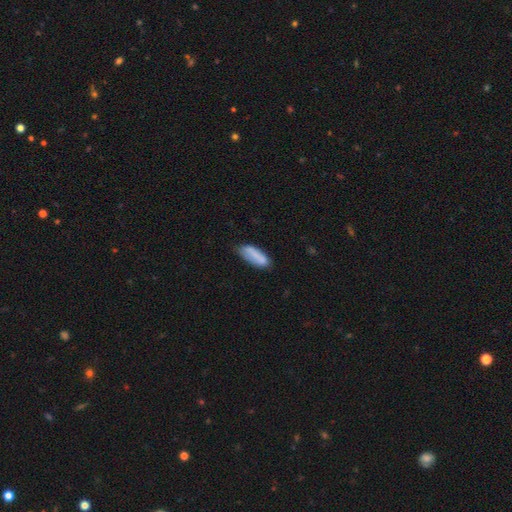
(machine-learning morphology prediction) smooth-or-featured: smooth: 78% | featured or disk: 15% | star or artifact: 7%
  how-rounded: in between: 61% | cigar-shaped: 37% | round: 2%
  merging: none: 64% | minor disturbance: 27% | major disturbance: 6% | merger: 3%